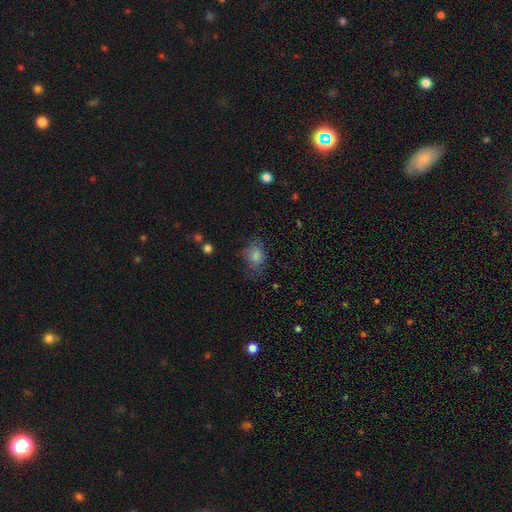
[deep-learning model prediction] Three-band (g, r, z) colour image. It shows a smooth galaxy with no disk features (81%) that is in between round and cigar-shaped (70%). Merging: none (60%).